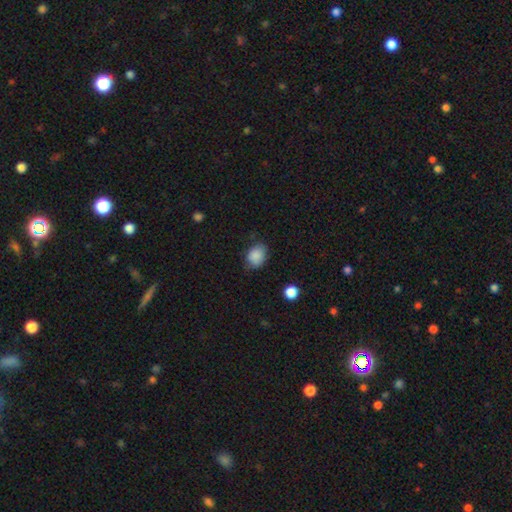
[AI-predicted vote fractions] Smooth or featured? Predicted: smooth (p=0.87). How rounded? Predicted: in between (p=0.64). Merging? Predicted: none (p=0.68).